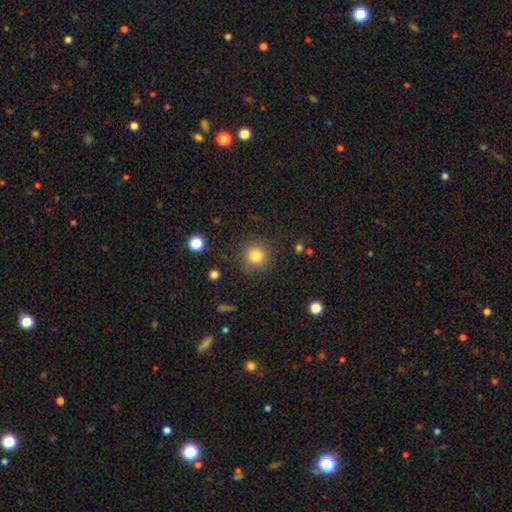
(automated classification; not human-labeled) The model was most divided on "smooth or featured": smooth: 81%, star or artifact: 12%, featured or disk: 7%. More confident: how rounded — round (93%); merging — none (87%).